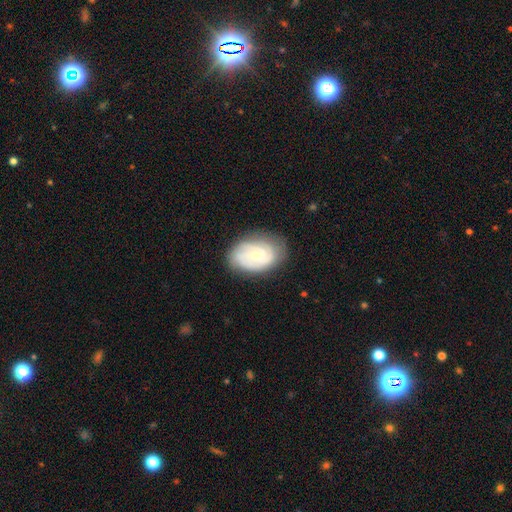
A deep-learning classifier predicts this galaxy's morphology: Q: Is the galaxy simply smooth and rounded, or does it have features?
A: featured or disk — 64%.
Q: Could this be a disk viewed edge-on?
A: no — 97%.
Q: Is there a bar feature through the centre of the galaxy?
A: no — 55%.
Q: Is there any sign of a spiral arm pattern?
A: yes — 86%.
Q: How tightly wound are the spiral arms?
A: tight — 65%.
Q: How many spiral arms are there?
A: can't tell — 43%.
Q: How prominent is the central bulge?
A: small — 70%.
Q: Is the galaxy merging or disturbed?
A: none — 74%.